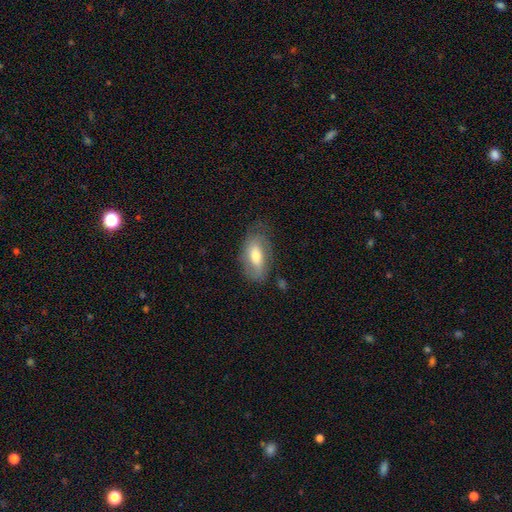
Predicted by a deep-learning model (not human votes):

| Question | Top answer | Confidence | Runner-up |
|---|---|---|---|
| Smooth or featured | smooth | 55% | featured or disk (38%) |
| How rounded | in between | 88% | cigar-shaped (6%) |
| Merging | none | 62% | minor disturbance (26%) |